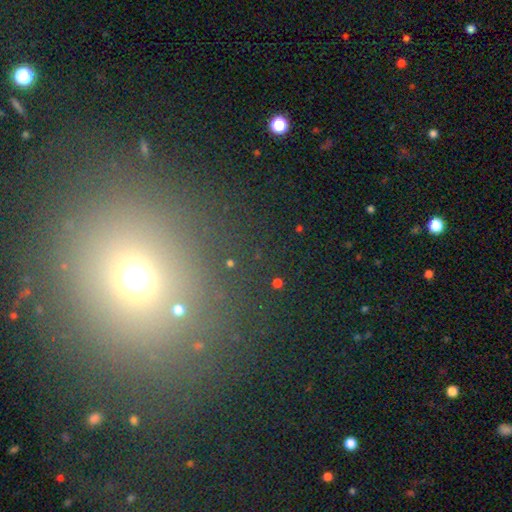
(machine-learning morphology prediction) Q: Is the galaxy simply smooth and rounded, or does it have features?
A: smooth — 50%.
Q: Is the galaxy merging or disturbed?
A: none — 83%.